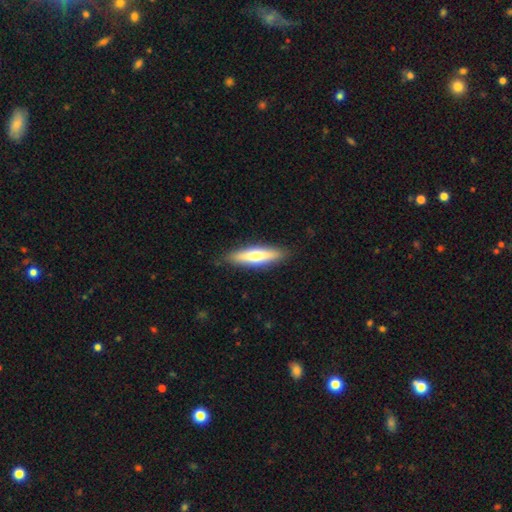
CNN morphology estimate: smooth_or_featured: smooth (p=0.57) [alt: featured or disk p=0.37]
how_rounded: cigar-shaped (p=0.70) [alt: in between p=0.28]
merging: none (p=0.87) [alt: minor disturbance p=0.10]